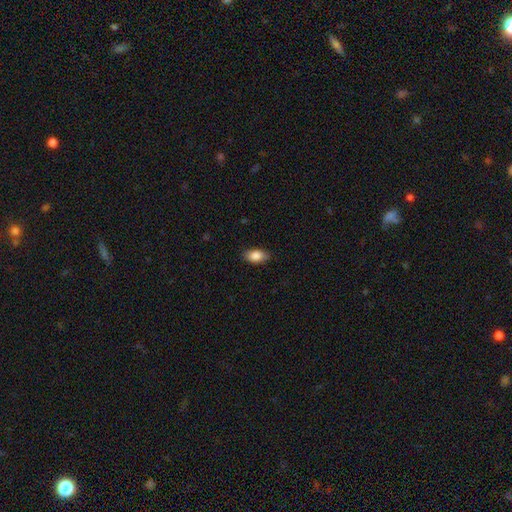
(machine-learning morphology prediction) Smooth or featured? Predicted: smooth (p=0.86). How rounded? Predicted: in between (p=0.91). Merging? Predicted: none (p=0.87).